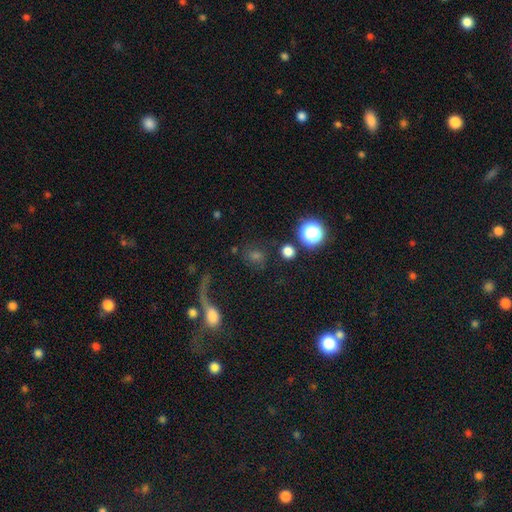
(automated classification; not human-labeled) A smooth galaxy with no disk features (53%) that is round (70%). Merging: none (51%).